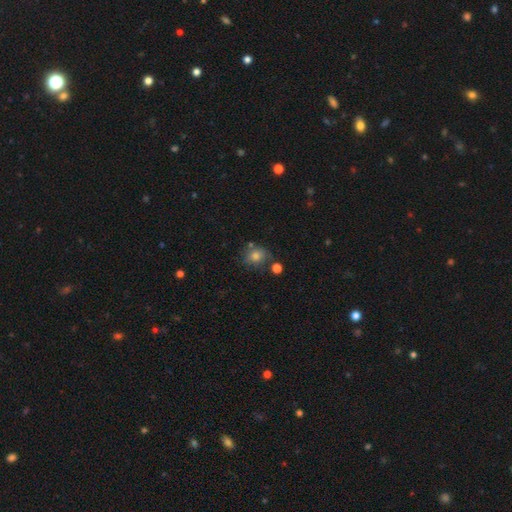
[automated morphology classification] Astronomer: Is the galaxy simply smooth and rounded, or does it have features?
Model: smooth — 73%.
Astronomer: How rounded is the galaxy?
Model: round — 64%.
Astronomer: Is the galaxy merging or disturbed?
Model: none — 65%.